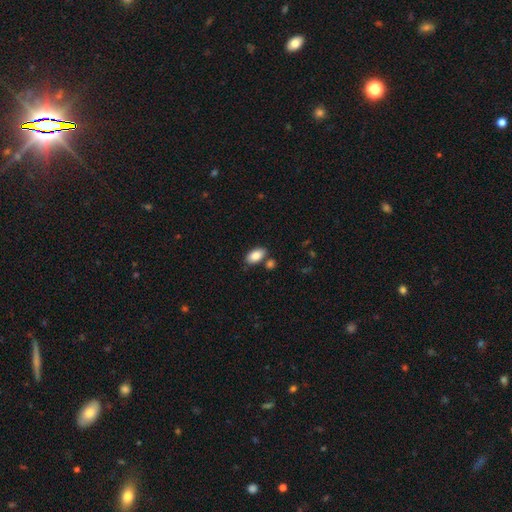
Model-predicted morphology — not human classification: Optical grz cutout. It shows a smooth galaxy with no disk features (85%) that is in between round and cigar-shaped (93%). Merging: none (75%).